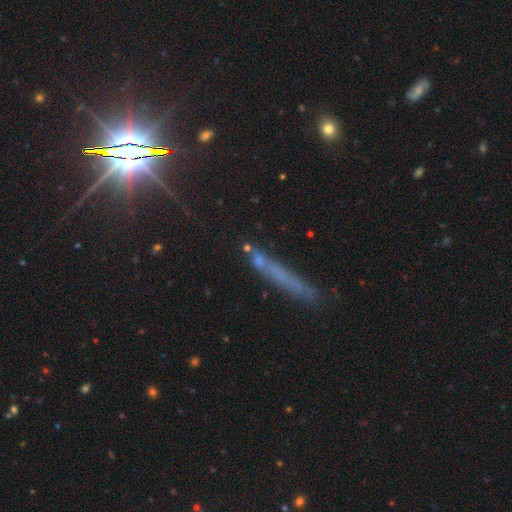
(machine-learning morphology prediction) smooth_or_featured: smooth (p=0.51) [alt: featured or disk p=0.32]
how_rounded: cigar-shaped (p=0.93) [alt: in between p=0.05]
merging: none (p=0.72) [alt: minor disturbance p=0.16]